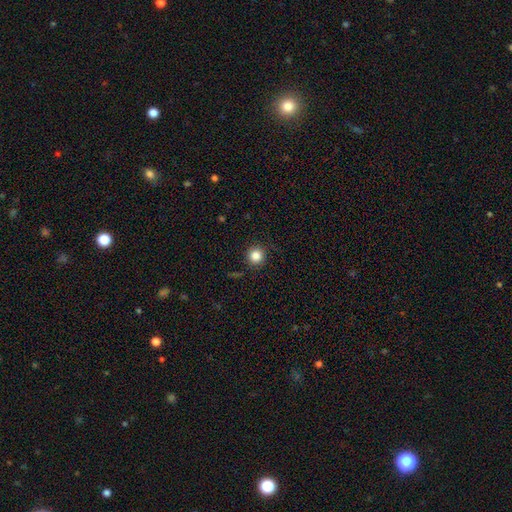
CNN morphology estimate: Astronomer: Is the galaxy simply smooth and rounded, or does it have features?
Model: smooth — 84%.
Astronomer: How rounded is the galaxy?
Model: round — 94%.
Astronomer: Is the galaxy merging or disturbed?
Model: none — 91%.